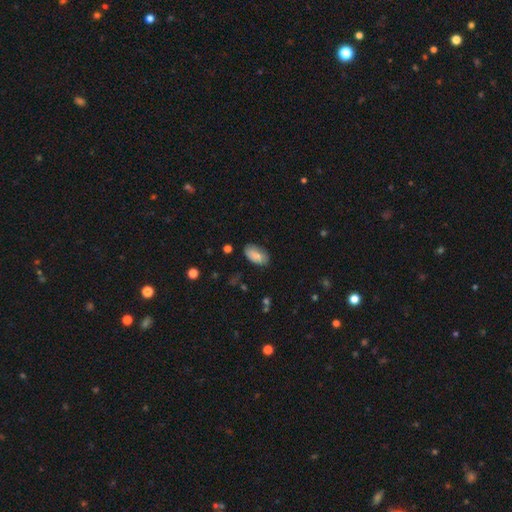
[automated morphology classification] smooth-or-featured: smooth: 81% | featured or disk: 12% | star or artifact: 7%
  how-rounded: in between: 94% | round: 3% | cigar-shaped: 3%
  merging: none: 72% | minor disturbance: 22% | major disturbance: 5% | merger: 2%